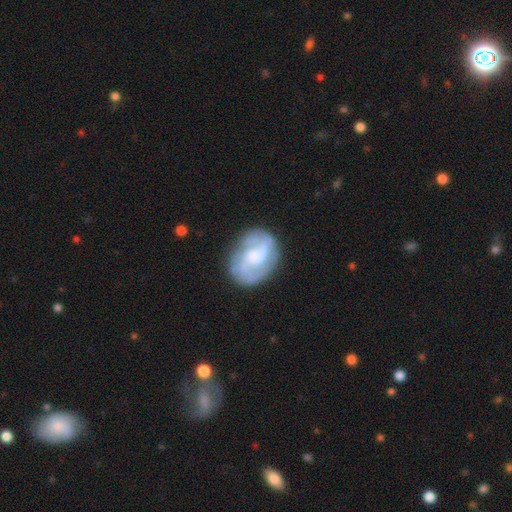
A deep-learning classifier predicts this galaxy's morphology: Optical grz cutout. It shows a featured or disk galaxy (76%) with no bar (54%), 2 (69%) medium (47%) spiral arms (92%) and a moderate central bulge (32%). Merging: none (74%).